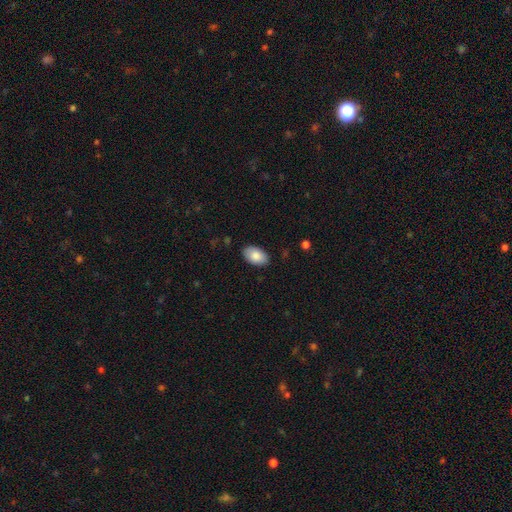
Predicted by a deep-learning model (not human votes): Q: Smooth or featured?
A: smooth (86%); runner-up: featured or disk (8%)
Q: How rounded?
A: in between (93%); runner-up: round (6%)
Q: Merging?
A: none (87%); runner-up: minor disturbance (10%)